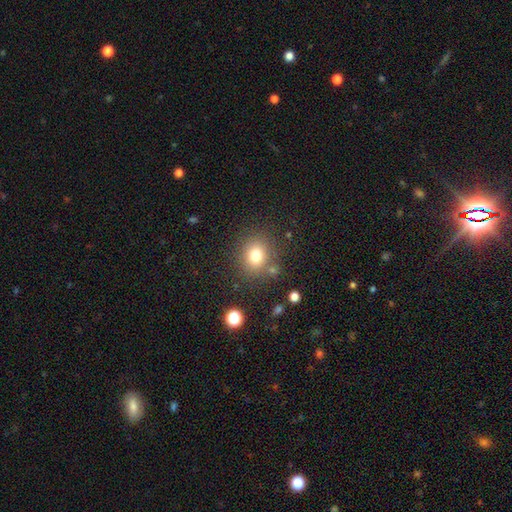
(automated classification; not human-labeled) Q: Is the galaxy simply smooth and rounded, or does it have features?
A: smooth — 77%.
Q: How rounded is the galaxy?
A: round — 77%.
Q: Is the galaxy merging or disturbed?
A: none — 80%.